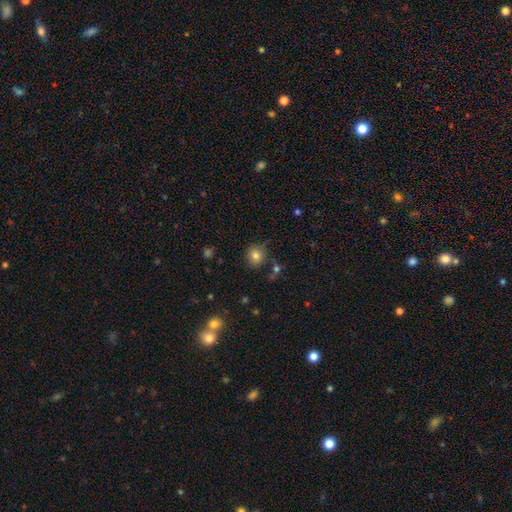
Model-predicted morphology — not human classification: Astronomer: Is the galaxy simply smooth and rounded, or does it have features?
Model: smooth — 80%.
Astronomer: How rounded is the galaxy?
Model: round — 84%.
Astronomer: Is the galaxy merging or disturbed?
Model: none — 78%.